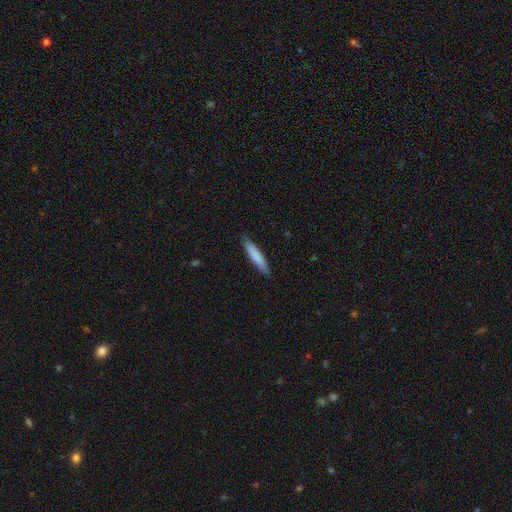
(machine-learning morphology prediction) This is clearly a smooth galaxy (81%). How rounded: clearly cigar-shaped (87%). Merging: clearly none (88%).